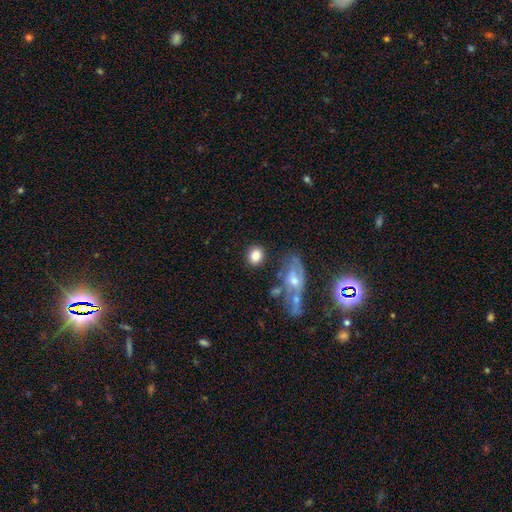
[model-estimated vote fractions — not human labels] This appears to be a smooth galaxy with no disk features (81%) that is round (65%). Merging: none (78%).